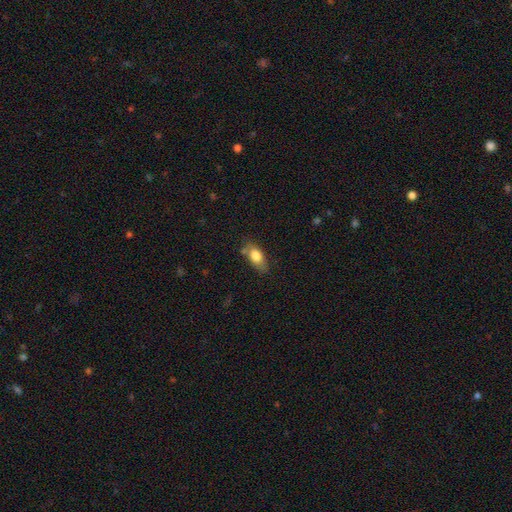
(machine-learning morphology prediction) smooth-or-featured: smooth: 79% | featured or disk: 14% | star or artifact: 7%
  how-rounded: in between: 85% | cigar-shaped: 8% | round: 6%
  merging: none: 66% | minor disturbance: 22% | merger: 6% | major disturbance: 5%